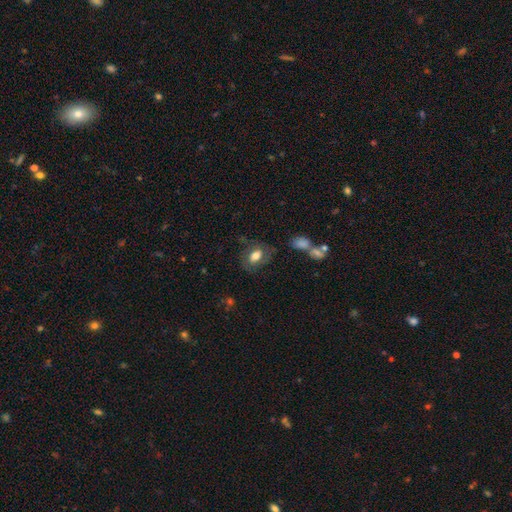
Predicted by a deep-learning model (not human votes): smooth 63%, featured or disk 28%, star or artifact 8%. Down the decision tree: how rounded — in between (79%); merging — none (63%).